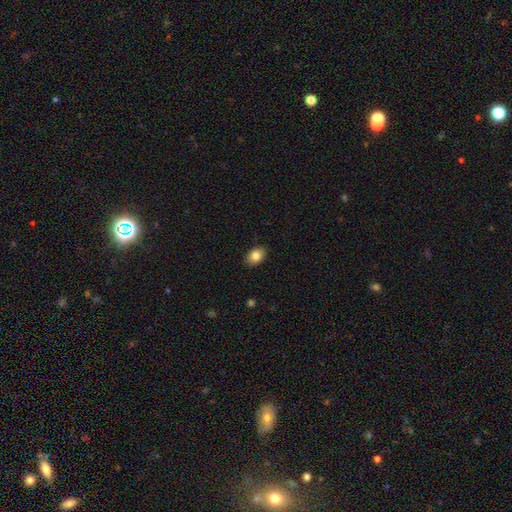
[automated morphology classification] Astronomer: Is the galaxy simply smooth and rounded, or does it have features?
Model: smooth — 84%.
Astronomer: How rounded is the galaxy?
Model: in between — 78%.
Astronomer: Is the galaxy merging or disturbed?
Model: none — 88%.